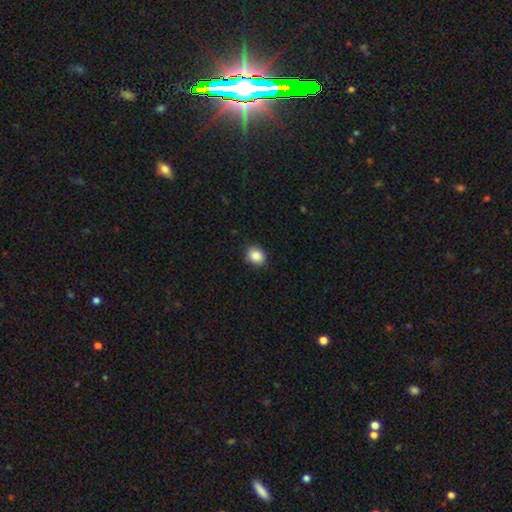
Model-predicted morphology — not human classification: The model was most divided on "how rounded": round: 66%, in between: 33%, cigar-shaped: 1%. More confident: smooth or featured — smooth (88%); merging — none (86%).